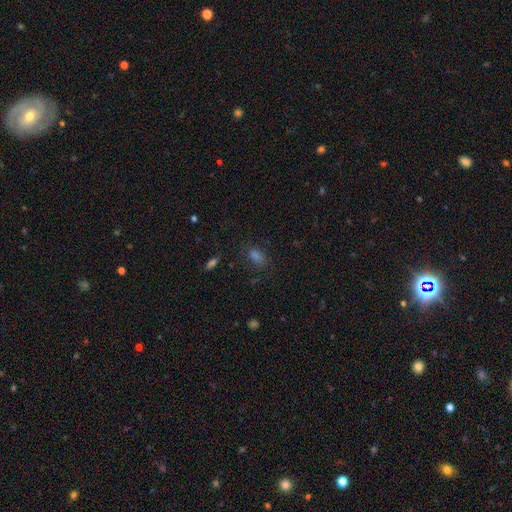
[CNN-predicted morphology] A smooth galaxy with no disk features (69%) that is in between round and cigar-shaped (82%).

Vote fractions:
- Smooth or featured? smooth: 69% / star or artifact: 24% / featured or disk: 7%
- How rounded? in between: 82% / round: 13% / cigar-shaped: 5%
- Merging? none: 79% / minor disturbance: 13% / major disturbance: 6% / merger: 2%